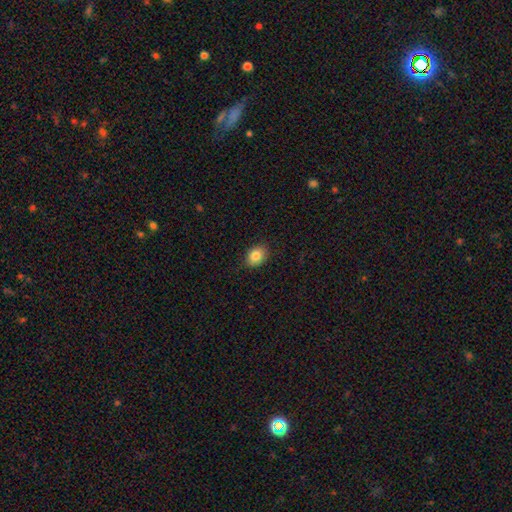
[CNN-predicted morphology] Smooth or featured: smooth — 85% (star or artifact — 9%)
How rounded: in between — 66% (round — 33%)
Merging: none — 86% (minor disturbance — 11%)